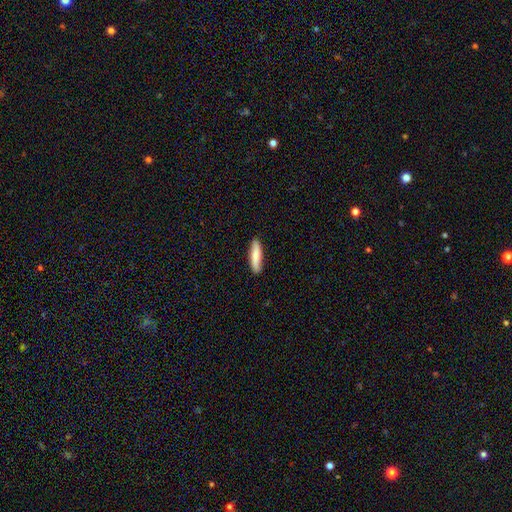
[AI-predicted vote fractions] Smooth or featured: smooth — 76% (featured or disk — 19%)
How rounded: cigar-shaped — 76% (in between — 22%)
Merging: none — 86% (minor disturbance — 11%)